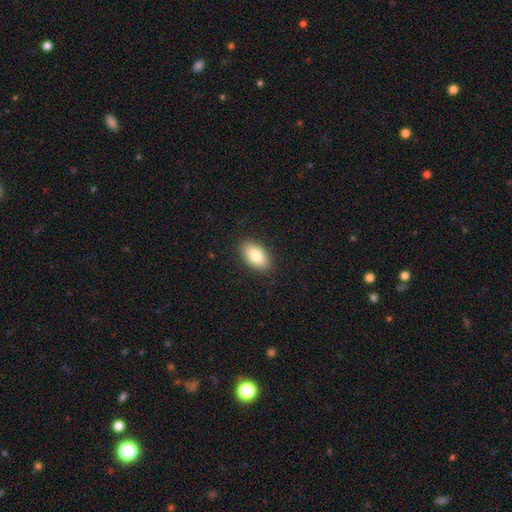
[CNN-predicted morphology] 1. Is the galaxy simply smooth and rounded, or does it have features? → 82% smooth, 11% featured or disk, 7% star or artifact.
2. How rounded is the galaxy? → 94% in between, 4% round, 2% cigar-shaped.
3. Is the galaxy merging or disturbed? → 89% none, 8% minor disturbance, 2% major disturbance, 1% merger.